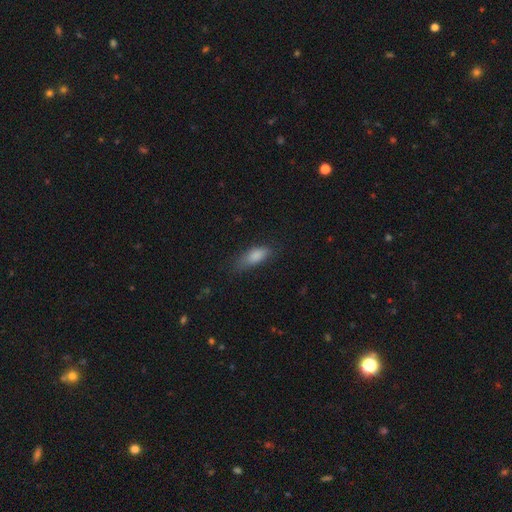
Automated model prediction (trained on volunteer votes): This appears to be a smooth galaxy with no disk features (84%) that is in between round and cigar-shaped (75%). Merging: none (64%).